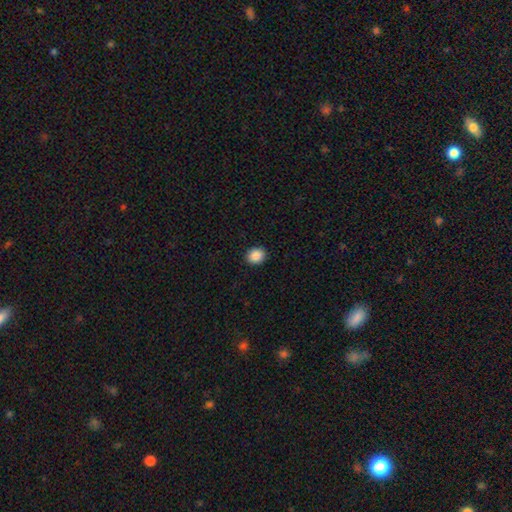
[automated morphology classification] smooth_or_featured: smooth (p=0.89) [alt: star or artifact p=0.08]
how_rounded: round (p=0.65) [alt: in between p=0.34]
merging: none (p=0.91) [alt: minor disturbance p=0.06]